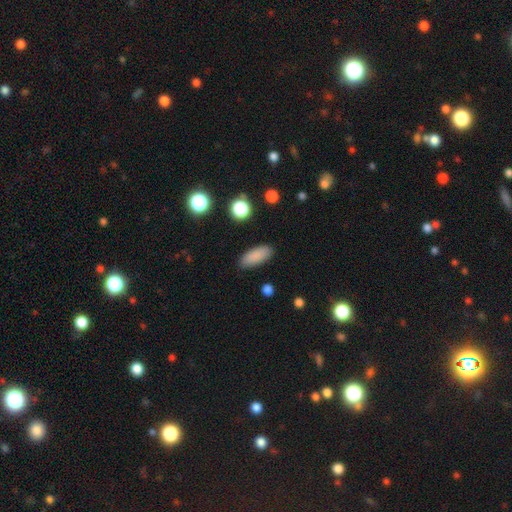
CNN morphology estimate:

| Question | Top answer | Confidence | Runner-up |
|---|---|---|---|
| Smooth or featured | smooth | 87% | star or artifact (8%) |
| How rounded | in between | 75% | cigar-shaped (23%) |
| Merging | none | 87% | minor disturbance (9%) |